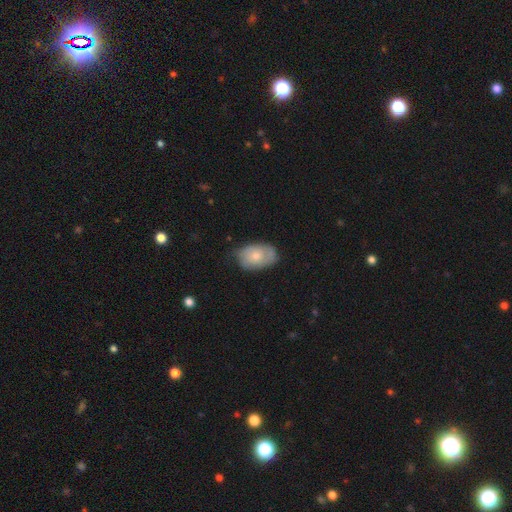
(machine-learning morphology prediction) The model was most divided on "smooth or featured": smooth: 62%, featured or disk: 32%, star or artifact: 6%. More confident: how rounded — in between (87%); merging — none (62%).